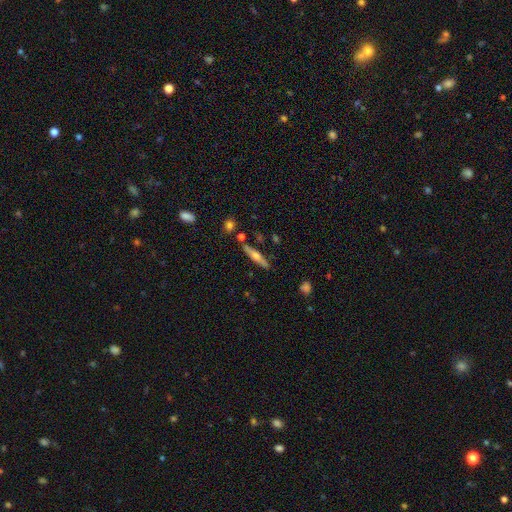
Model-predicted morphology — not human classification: smooth_or_featured: featured or disk (p=0.52) [alt: smooth p=0.42]
disk_edge_on: yes (p=0.93) [alt: no p=0.07]
merging: none (p=0.82) [alt: minor disturbance p=0.10]